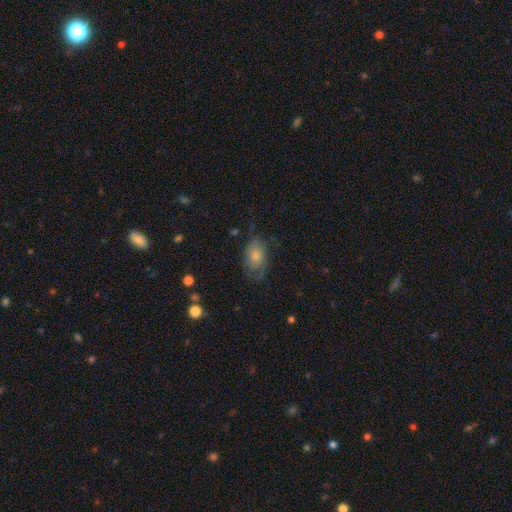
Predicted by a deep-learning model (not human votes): This appears to be a smooth galaxy with no disk features (71%) that is in between round and cigar-shaped (86%). Merging: none (54%).